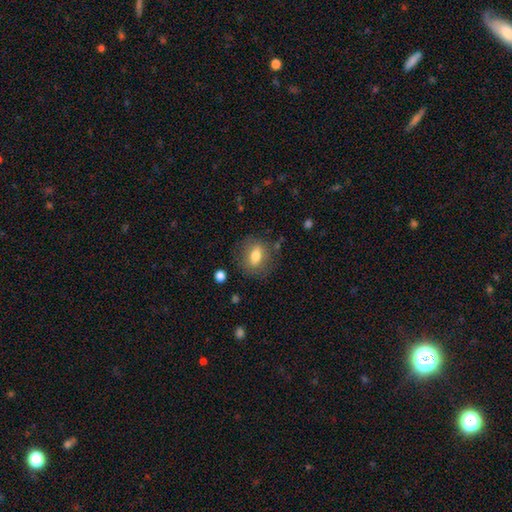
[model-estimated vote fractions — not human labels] smooth-or-featured: smooth: 71% | featured or disk: 21% | star or artifact: 8%
  how-rounded: in between: 64% | round: 32% | cigar-shaped: 5%
  merging: none: 80% | minor disturbance: 13% | major disturbance: 5% | merger: 2%